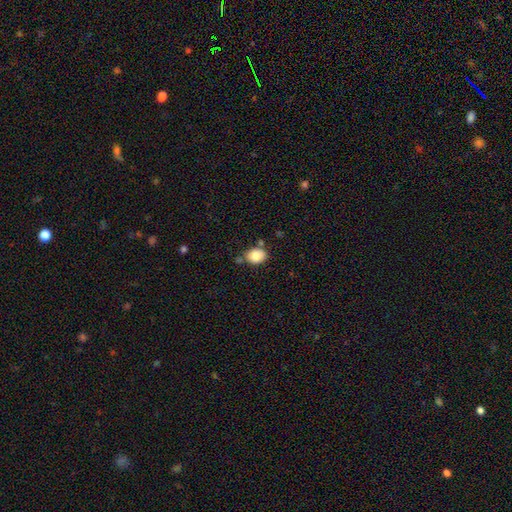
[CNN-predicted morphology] Smooth or featured? Predicted: smooth (p=0.82). How rounded? Predicted: in between (p=0.62). Merging? Predicted: none (p=0.69).